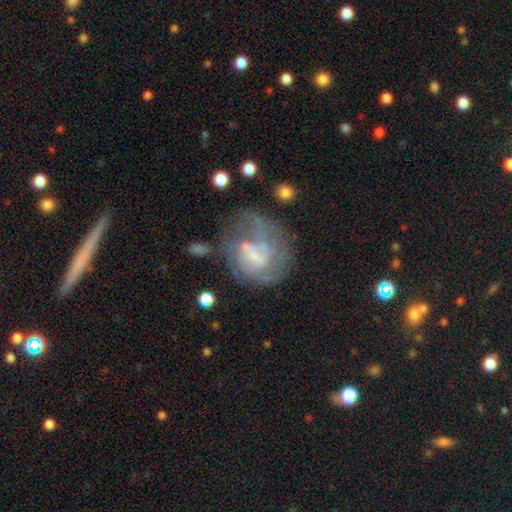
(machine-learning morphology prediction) Smooth or featured? Predicted: featured or disk (p=0.61). Edge-on disk? Predicted: no (p=0.98). Bar? Predicted: no (p=0.59). Spiral arms? Predicted: no (p=0.52). Bulge size? Predicted: none (p=0.35). Merging? Predicted: none (p=0.36).